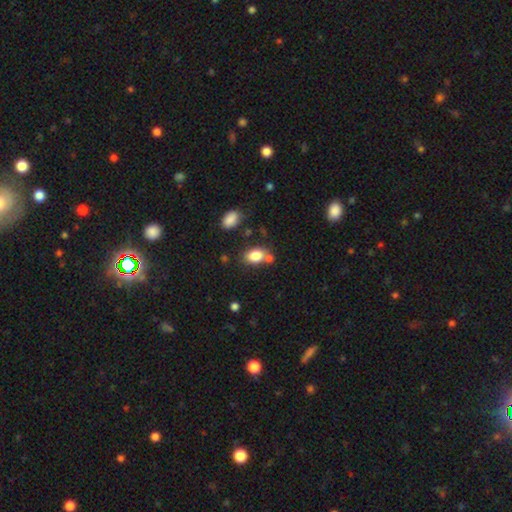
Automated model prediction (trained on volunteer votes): Smooth or featured?
  - smooth: 82% *
  - star or artifact: 9%
  - featured or disk: 9%
How rounded?
  - in between: 80% *
  - round: 18%
  - cigar-shaped: 2%
Merging?
  - none: 60% *
  - merger: 21%
  - minor disturbance: 14%
  - major disturbance: 4%